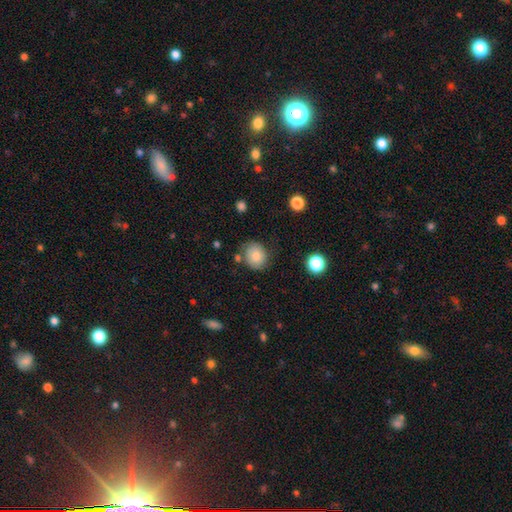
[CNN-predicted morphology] Smooth or featured?
  - smooth: 81% *
  - featured or disk: 10%
  - star or artifact: 9%
How rounded?
  - round: 74% *
  - in between: 26%
  - cigar-shaped: 1%
Merging?
  - none: 75% *
  - minor disturbance: 15%
  - merger: 5%
  - major disturbance: 4%